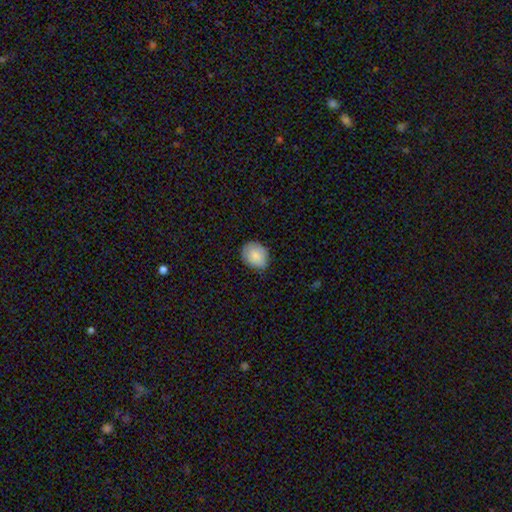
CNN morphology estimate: Smooth or featured?
  - smooth: 86% *
  - featured or disk: 8%
  - star or artifact: 7%
How rounded?
  - round: 52% *
  - in between: 47%
  - cigar-shaped: 1%
Merging?
  - none: 76% *
  - minor disturbance: 20%
  - major disturbance: 3%
  - merger: 1%